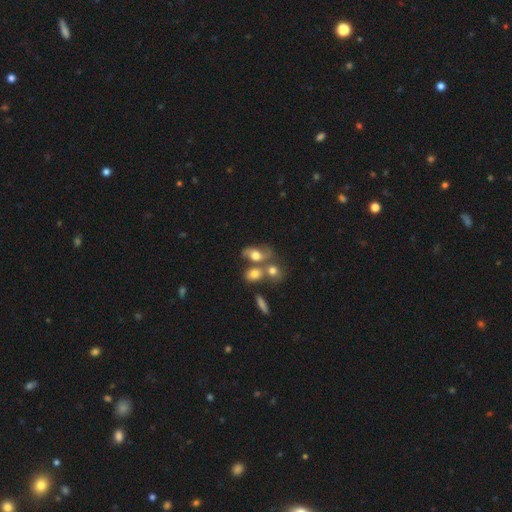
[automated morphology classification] Smooth or featured?
  - smooth: 49% *
  - featured or disk: 40%
  - star or artifact: 11%
Merging?
  - merger: 38% *
  - none: 35%
  - minor disturbance: 16%
  - major disturbance: 11%